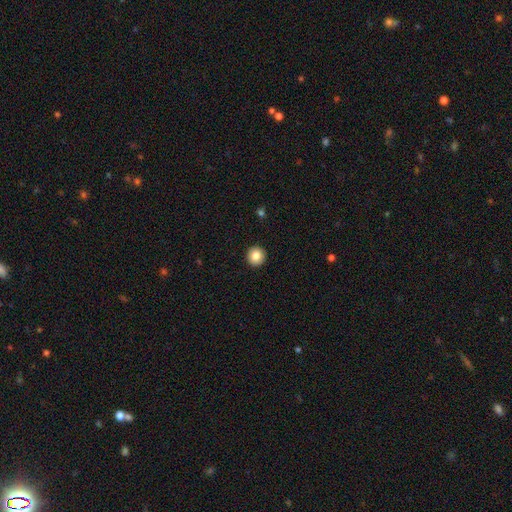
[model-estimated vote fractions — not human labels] This is clearly a smooth galaxy (84%). How rounded: clearly round (95%). Merging: clearly none (93%).